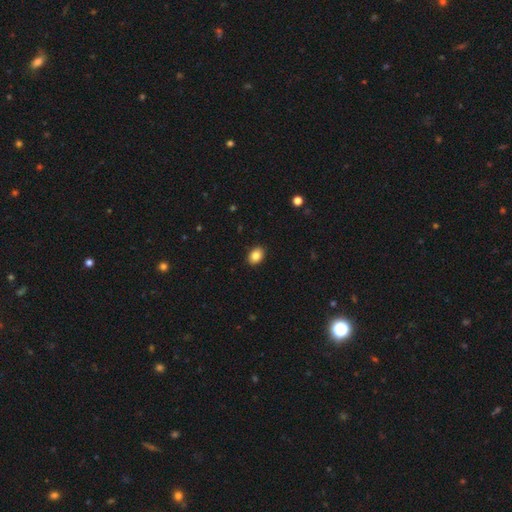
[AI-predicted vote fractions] This appears to be a smooth galaxy with no disk features (85%) that is in between round and cigar-shaped (72%). Merging: none (90%).